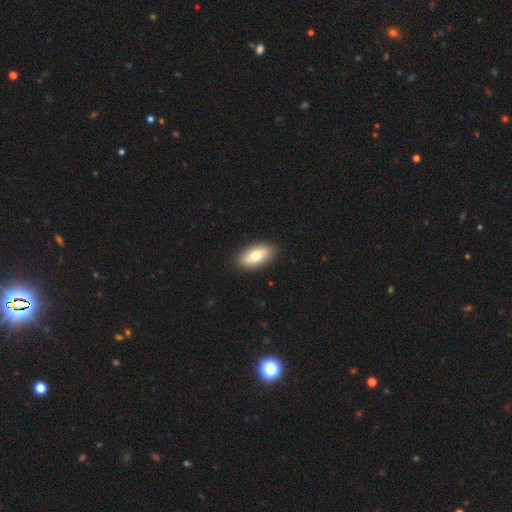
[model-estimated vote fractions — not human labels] Smooth or featured? smooth (77%)
How rounded? in between (92%)
Merging? none (89%)